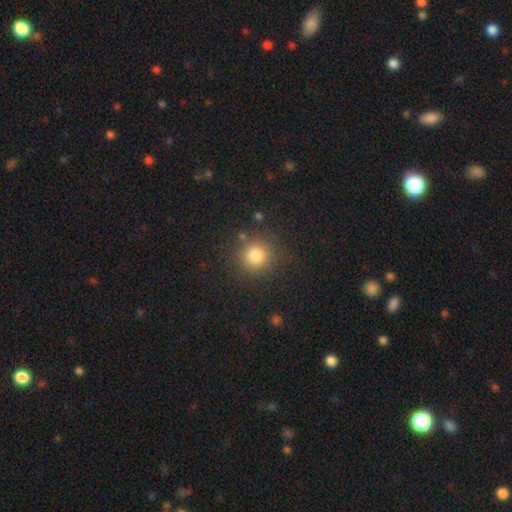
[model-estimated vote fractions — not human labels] Smooth or featured? smooth (80%)
How rounded? round (92%)
Merging? none (85%)